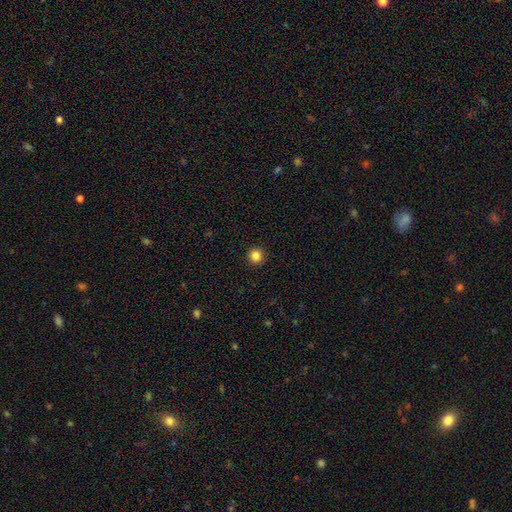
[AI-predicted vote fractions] smooth_or_featured: smooth (p=0.85) [alt: star or artifact p=0.12]
how_rounded: round (p=0.95) [alt: in between p=0.04]
merging: none (p=0.93) [alt: minor disturbance p=0.04]